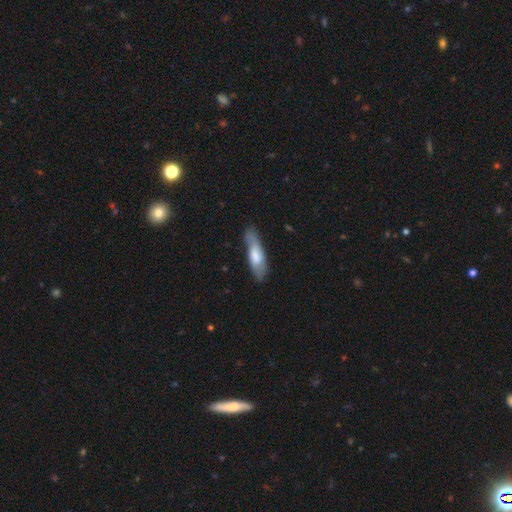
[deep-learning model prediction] A smooth galaxy with no disk features (65%) that is cigar-shaped (55%). Merging: none (63%).